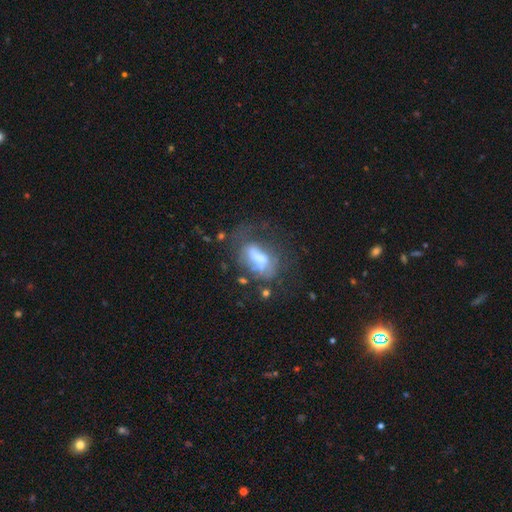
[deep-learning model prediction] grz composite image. It shows a featured or disk galaxy (49%). Merging: none (39%).